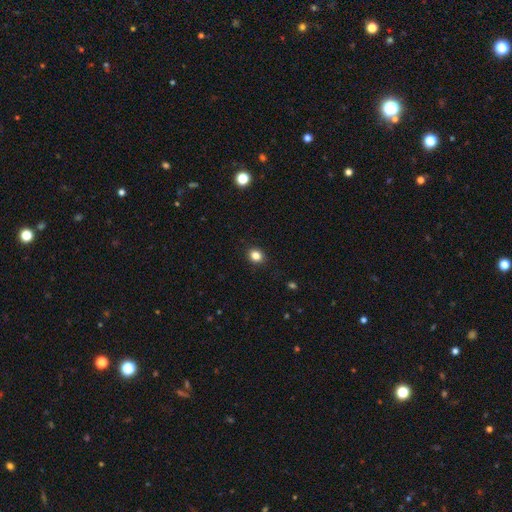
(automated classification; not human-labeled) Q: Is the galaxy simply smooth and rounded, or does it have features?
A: smooth — 84%.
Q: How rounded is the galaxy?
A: round — 61%.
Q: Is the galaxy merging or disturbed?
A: none — 90%.